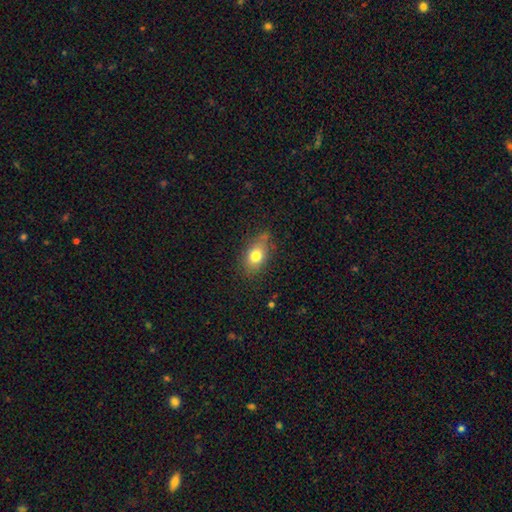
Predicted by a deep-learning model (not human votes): Smooth or featured? Predicted: smooth (p=0.76). How rounded? Predicted: in between (p=0.79). Merging? Predicted: none (p=0.72).